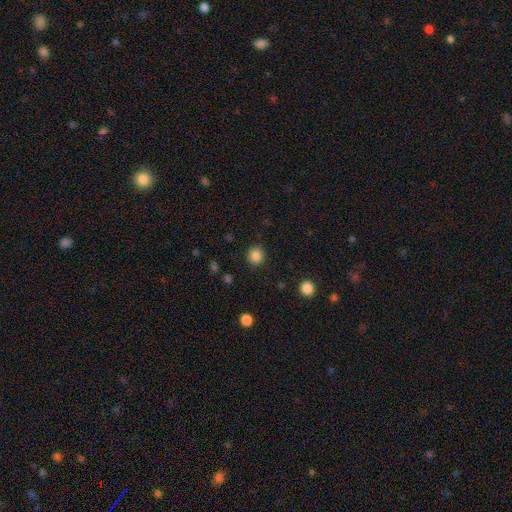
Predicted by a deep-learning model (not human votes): A smooth galaxy with no disk features (85%) that is round (90%). Merging: none (90%).